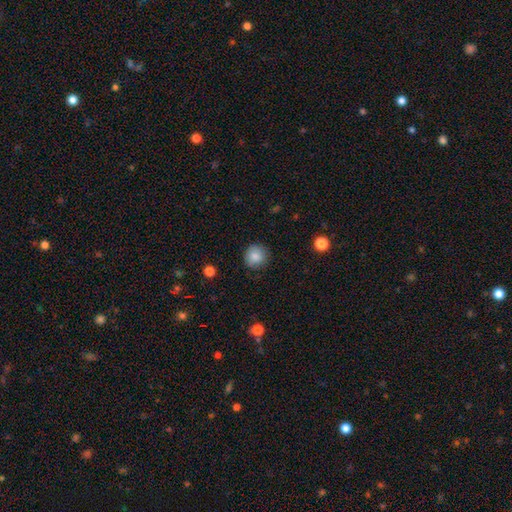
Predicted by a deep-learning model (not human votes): smooth-or-featured: smooth: 86% | star or artifact: 9% | featured or disk: 6%
  how-rounded: round: 91% | in between: 8% | cigar-shaped: 1%
  merging: none: 84% | minor disturbance: 12% | major disturbance: 3% | merger: 1%